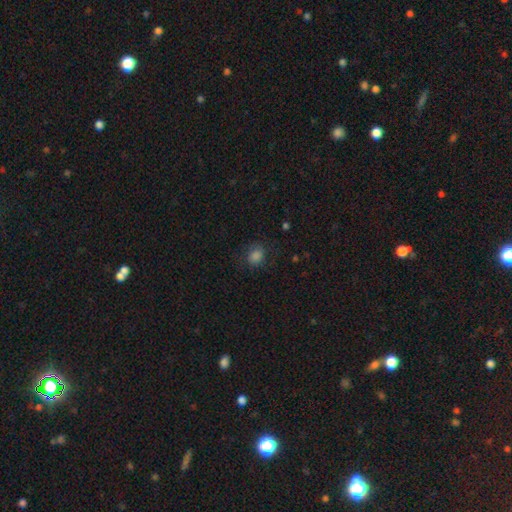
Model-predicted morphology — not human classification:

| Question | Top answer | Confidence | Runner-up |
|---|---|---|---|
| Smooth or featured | smooth | 76% | star or artifact (15%) |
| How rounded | round | 56% | in between (43%) |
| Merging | none | 74% | minor disturbance (17%) |